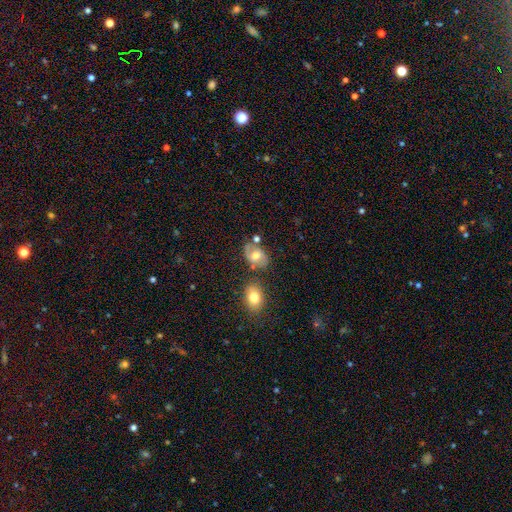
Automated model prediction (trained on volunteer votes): This is possibly a featured or disk galaxy (46%). Merging: possibly none (57%).